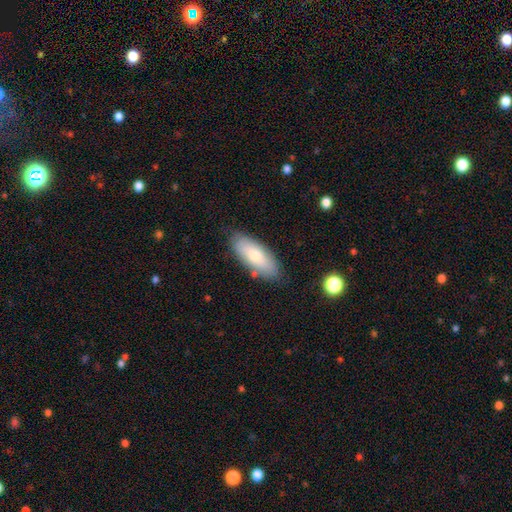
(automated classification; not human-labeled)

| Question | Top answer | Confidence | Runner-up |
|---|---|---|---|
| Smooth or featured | smooth | 74% | featured or disk (20%) |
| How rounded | in between | 79% | cigar-shaped (18%) |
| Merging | none | 80% | minor disturbance (14%) |